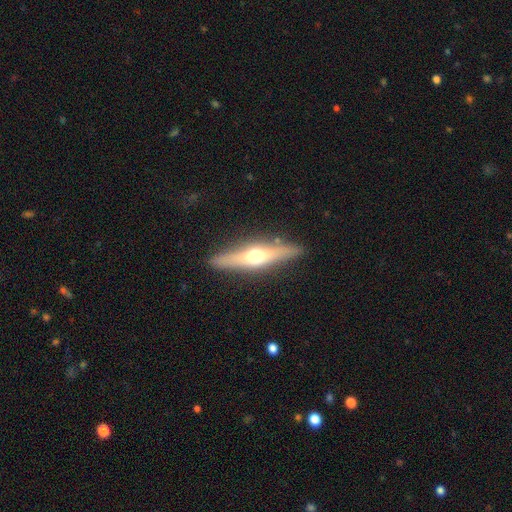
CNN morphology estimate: smooth-or-featured: featured or disk: 62% | smooth: 32% | star or artifact: 6%
  disk-edge-on: yes: 93% | no: 7%
    edge-on-bulge: rounded: 94% | none: 4% | boxy: 3%
  merging: none: 88% | minor disturbance: 8% | major disturbance: 2% | merger: 1%